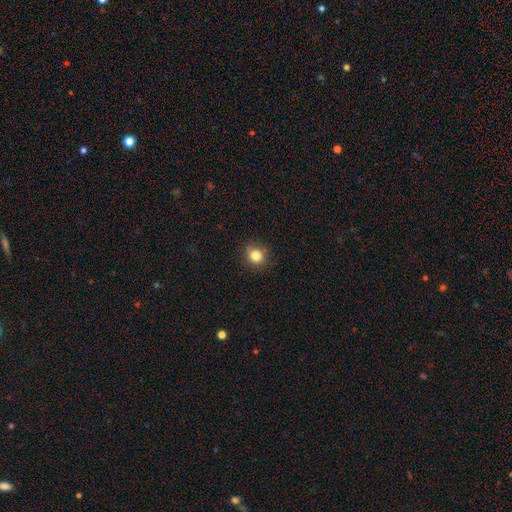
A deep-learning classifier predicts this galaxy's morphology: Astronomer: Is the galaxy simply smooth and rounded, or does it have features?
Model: smooth — 83%.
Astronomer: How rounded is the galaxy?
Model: round — 79%.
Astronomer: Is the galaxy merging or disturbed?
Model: none — 86%.